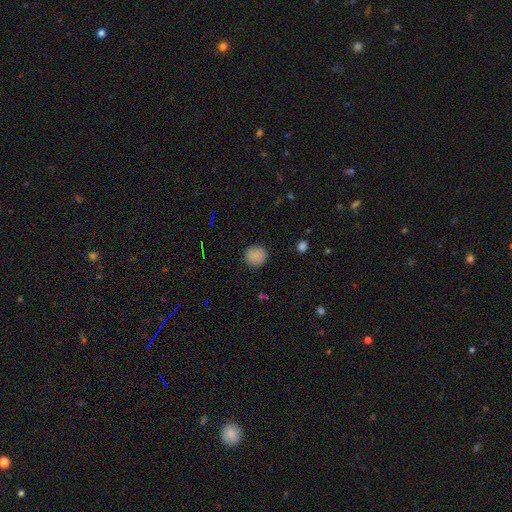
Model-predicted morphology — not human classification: Smooth or featured? smooth (86%)
How rounded? round (92%)
Merging? none (90%)